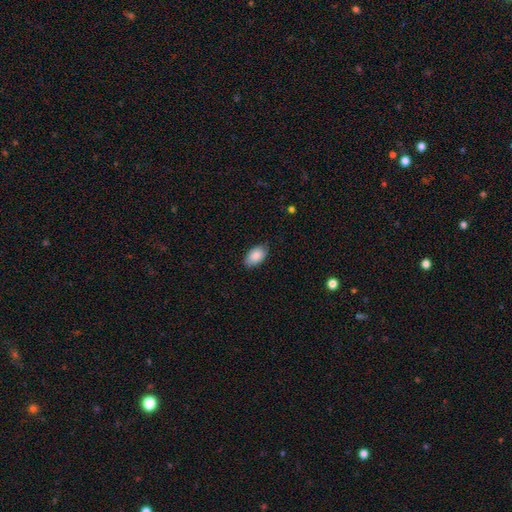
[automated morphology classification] A smooth galaxy with no disk features (88%) that is in between round and cigar-shaped (94%). Merging: none (82%).